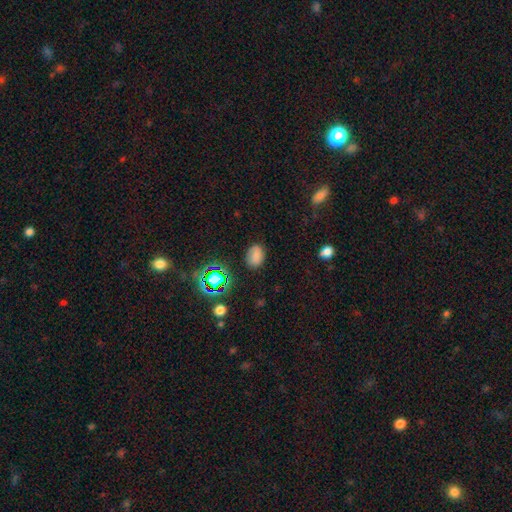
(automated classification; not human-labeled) Q: Smooth or featured?
A: smooth (75%); runner-up: star or artifact (17%)
Q: How rounded?
A: in between (78%); runner-up: round (20%)
Q: Merging?
A: none (78%); runner-up: minor disturbance (16%)